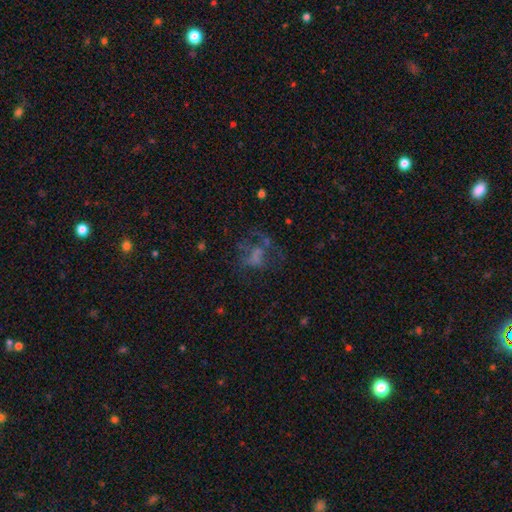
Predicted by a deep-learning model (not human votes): The model was most divided on "merging": none: 44%, major disturbance: 35%, minor disturbance: 15%, merger: 6%. Remaining: smooth or featured — featured or disk (44%).